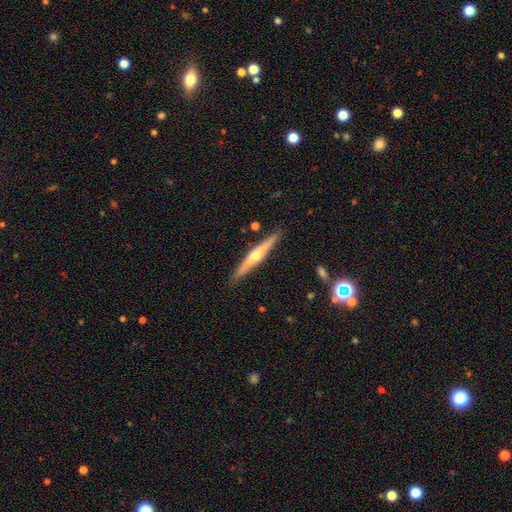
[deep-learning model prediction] Morphology: type=featured or disk (70%); edge-on=yes (97%); edge-on bulge=rounded (89%); merging=none (89%).